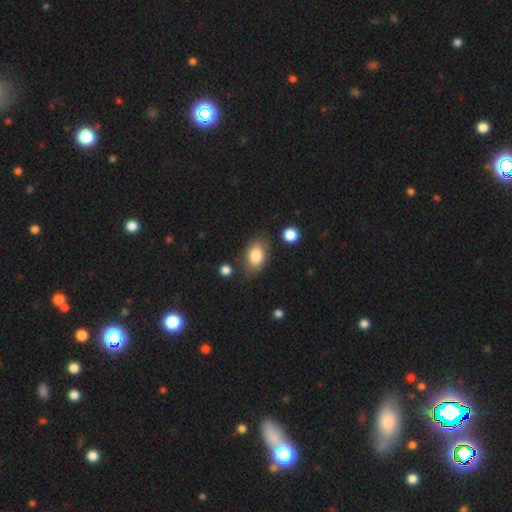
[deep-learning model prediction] A smooth galaxy with no disk features (82%) that is in between round and cigar-shaped (87%).

Vote fractions:
- Smooth or featured? smooth: 82% / featured or disk: 11% / star or artifact: 8%
- How rounded? in between: 87% / round: 12% / cigar-shaped: 2%
- Merging? none: 74% / minor disturbance: 17% / merger: 5% / major disturbance: 4%